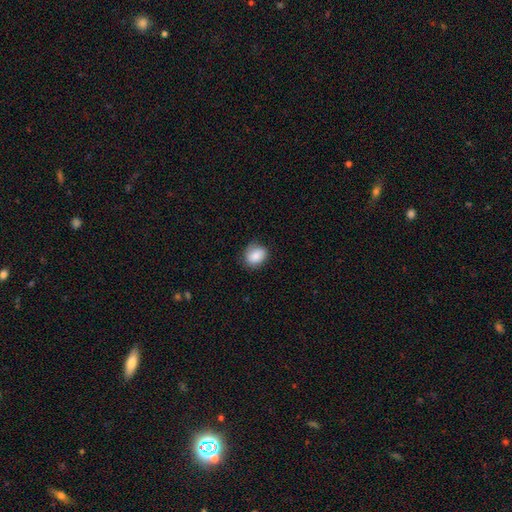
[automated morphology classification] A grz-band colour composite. It shows a smooth galaxy with no disk features (85%) that is in between round and cigar-shaped (51%). Merging: none (75%).